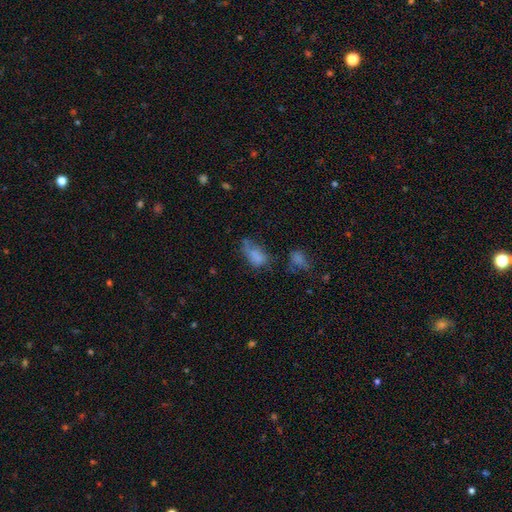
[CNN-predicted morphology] A smooth galaxy with no disk features (69%) that is in between round and cigar-shaped (85%). Merging: none (29%).